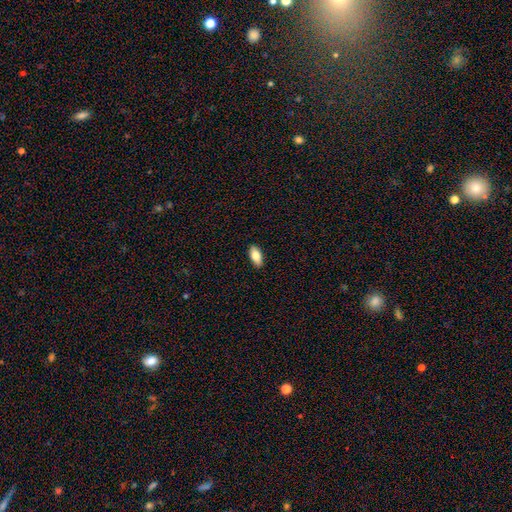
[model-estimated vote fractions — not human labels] smooth 80%, featured or disk 14%, star or artifact 6%. Down the decision tree: how rounded — in between (89%); merging — none (90%).